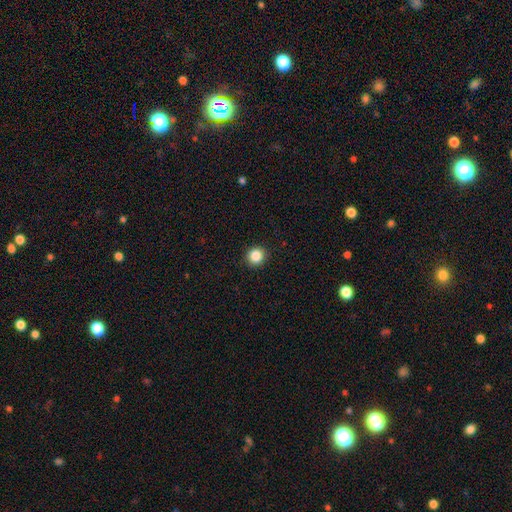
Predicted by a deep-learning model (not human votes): Smooth or featured: smooth — 86% (star or artifact — 11%)
How rounded: round — 92% (in between — 7%)
Merging: none — 92% (minor disturbance — 5%)